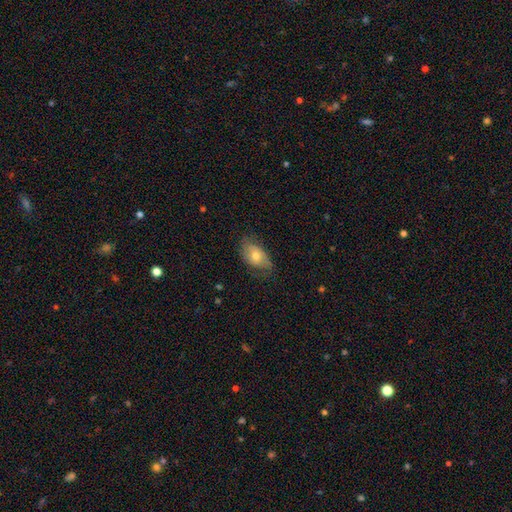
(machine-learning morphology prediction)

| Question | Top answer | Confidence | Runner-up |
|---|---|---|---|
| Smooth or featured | smooth | 54% | featured or disk (38%) |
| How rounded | in between | 89% | round (9%) |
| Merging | none | 64% | minor disturbance (26%) |